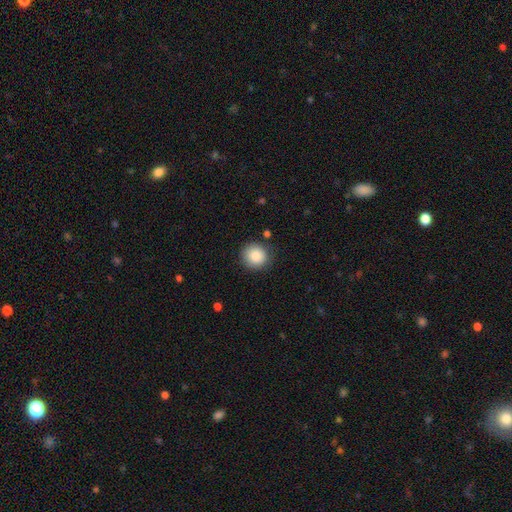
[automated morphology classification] Smooth or featured: smooth — 88% (star or artifact — 8%)
How rounded: round — 91% (in between — 8%)
Merging: none — 85% (minor disturbance — 10%)